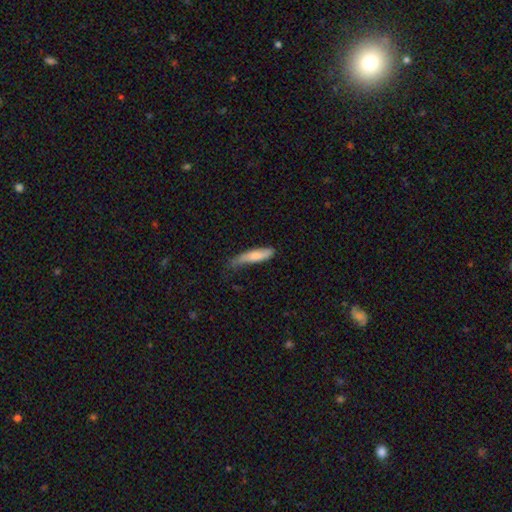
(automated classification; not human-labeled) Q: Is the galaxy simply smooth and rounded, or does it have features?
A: smooth — 78%.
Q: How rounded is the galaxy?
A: cigar-shaped — 76%.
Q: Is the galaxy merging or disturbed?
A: none — 42%, tied with minor disturbance.